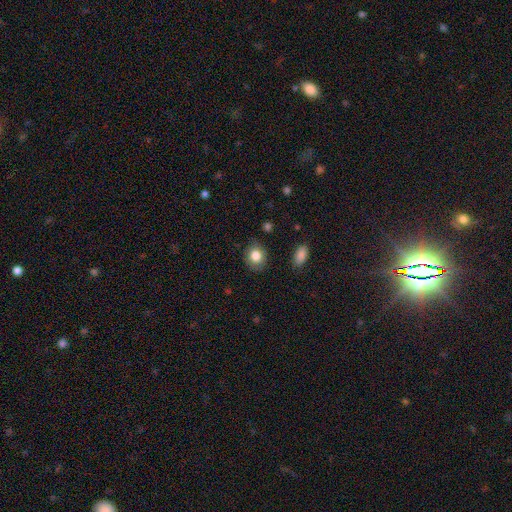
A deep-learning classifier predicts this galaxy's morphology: Q: Smooth or featured?
A: smooth (83%); runner-up: featured or disk (9%)
Q: How rounded?
A: round (61%); runner-up: in between (38%)
Q: Merging?
A: none (81%); runner-up: minor disturbance (14%)